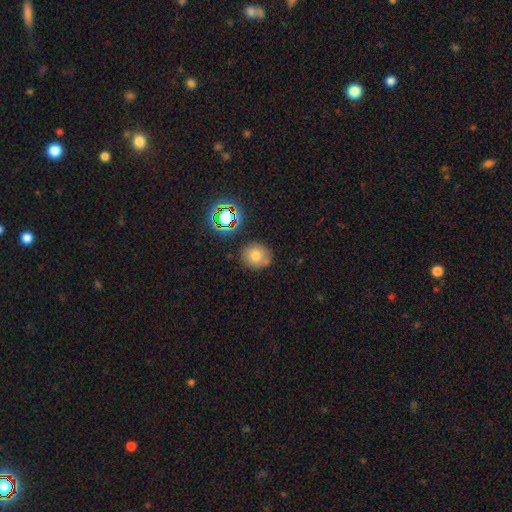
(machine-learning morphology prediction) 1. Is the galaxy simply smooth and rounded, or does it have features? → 72% smooth, 16% star or artifact, 12% featured or disk.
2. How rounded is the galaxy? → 83% round, 16% in between, 1% cigar-shaped.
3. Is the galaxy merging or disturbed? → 78% none, 13% minor disturbance, 6% merger, 3% major disturbance.